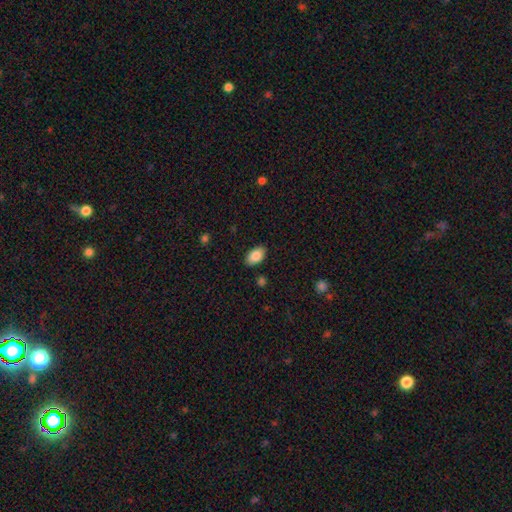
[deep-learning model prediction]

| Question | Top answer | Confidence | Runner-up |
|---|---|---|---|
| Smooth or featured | smooth | 86% | star or artifact (7%) |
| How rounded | in between | 93% | round (5%) |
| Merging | none | 87% | minor disturbance (10%) |